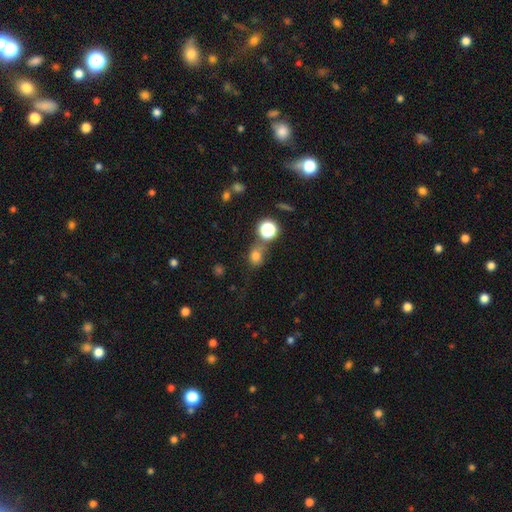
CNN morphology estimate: type=smooth (73%); roundness=round (63%); merging=none (59%).